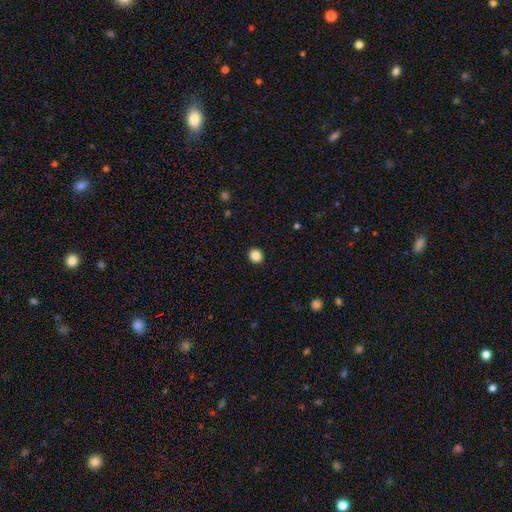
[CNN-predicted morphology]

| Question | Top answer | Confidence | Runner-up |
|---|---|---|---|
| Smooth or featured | smooth | 86% | star or artifact (10%) |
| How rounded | round | 88% | in between (11%) |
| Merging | none | 93% | minor disturbance (4%) |